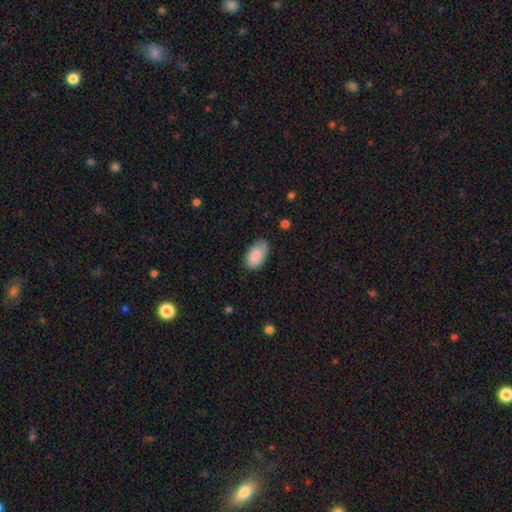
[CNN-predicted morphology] Smooth or featured? smooth (81%)
How rounded? in between (94%)
Merging? none (63%)